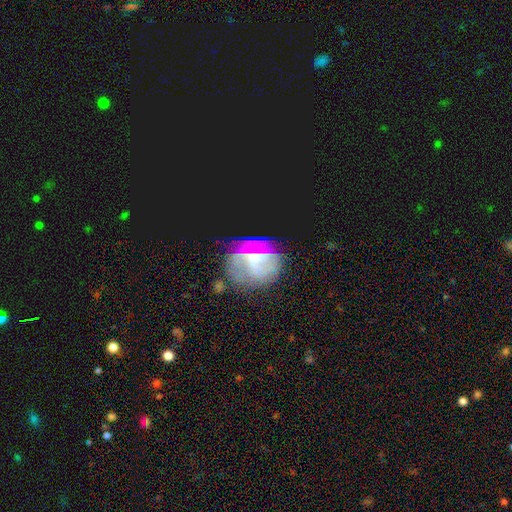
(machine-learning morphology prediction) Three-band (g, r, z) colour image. It shows a featured or disk galaxy (45%). Merging: none (55%).